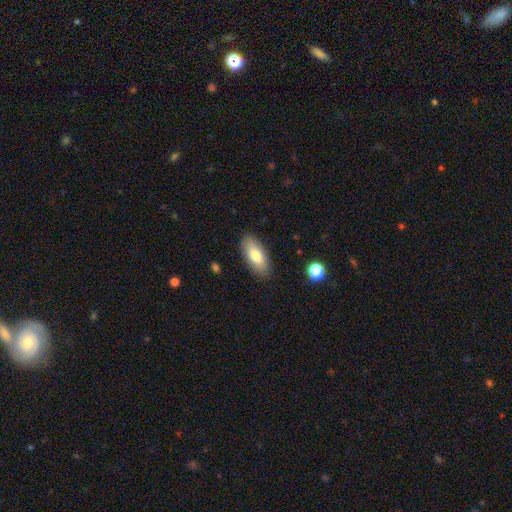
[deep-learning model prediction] Smooth or featured? Predicted: smooth (p=0.77). How rounded? Predicted: in between (p=0.85). Merging? Predicted: none (p=0.87).